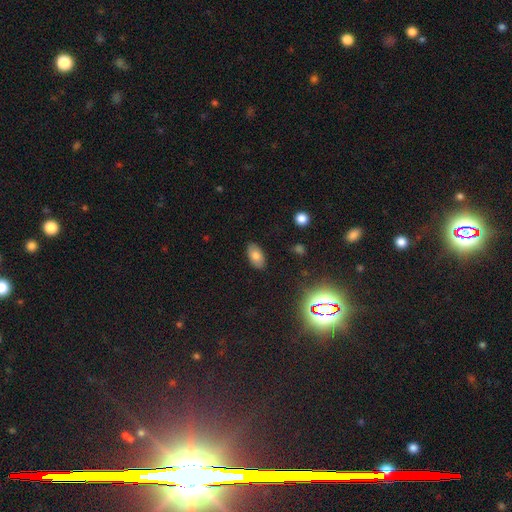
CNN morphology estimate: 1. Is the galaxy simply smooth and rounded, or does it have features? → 75% smooth, 13% star or artifact, 12% featured or disk.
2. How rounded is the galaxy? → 93% in between, 5% round, 2% cigar-shaped.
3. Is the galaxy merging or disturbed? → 87% none, 10% minor disturbance, 2% major disturbance, 1% merger.